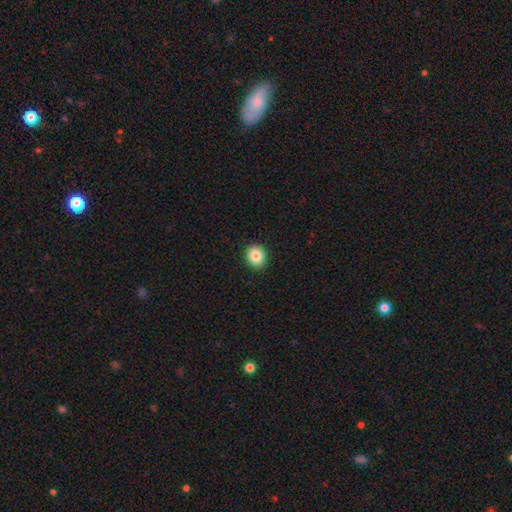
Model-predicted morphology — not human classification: smooth 84%, star or artifact 9%, featured or disk 7%. Down the decision tree: how rounded — round (67%); merging — none (92%).